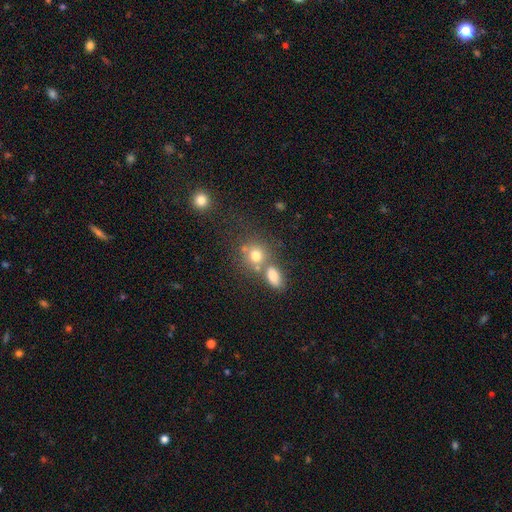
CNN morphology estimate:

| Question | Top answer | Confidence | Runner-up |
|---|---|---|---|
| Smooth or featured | smooth | 75% | star or artifact (13%) |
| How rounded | round | 79% | in between (20%) |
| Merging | none | 52% | merger (33%) |